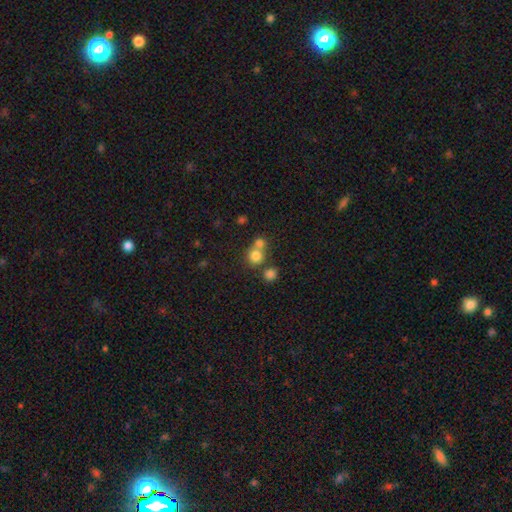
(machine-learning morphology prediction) A smooth galaxy with no disk features (77%) that is round (87%). Merging: none (49%).